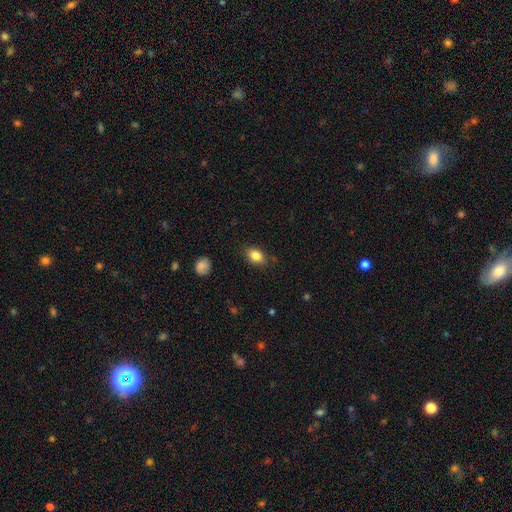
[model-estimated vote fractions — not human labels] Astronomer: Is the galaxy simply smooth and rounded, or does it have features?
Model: smooth — 84%.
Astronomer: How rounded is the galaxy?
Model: in between — 78%.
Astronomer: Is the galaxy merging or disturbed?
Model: none — 83%.